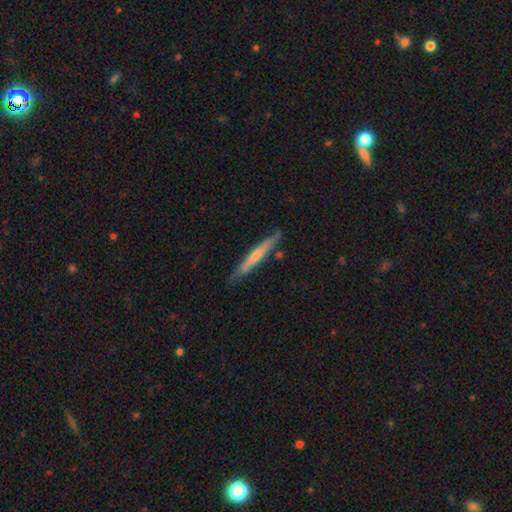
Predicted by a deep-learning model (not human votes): A featured or disk galaxy (49%).

Vote fractions:
- Smooth or featured? featured or disk: 49% / smooth: 45% / star or artifact: 5%
- Merging? none: 81% / minor disturbance: 15% / merger: 3% / major disturbance: 2%